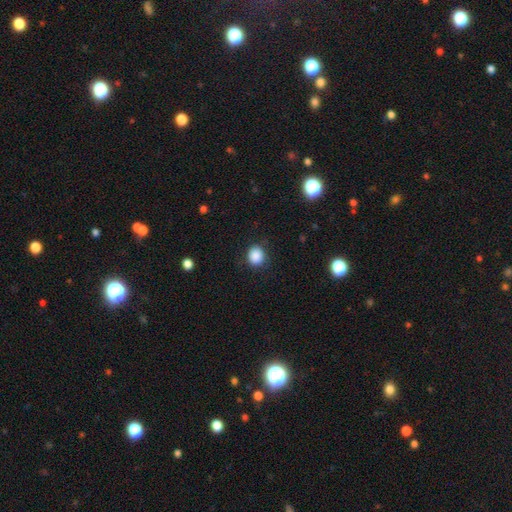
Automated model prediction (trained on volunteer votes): This is clearly a smooth galaxy (88%). How rounded: likely round (78%). Merging: clearly none (83%).